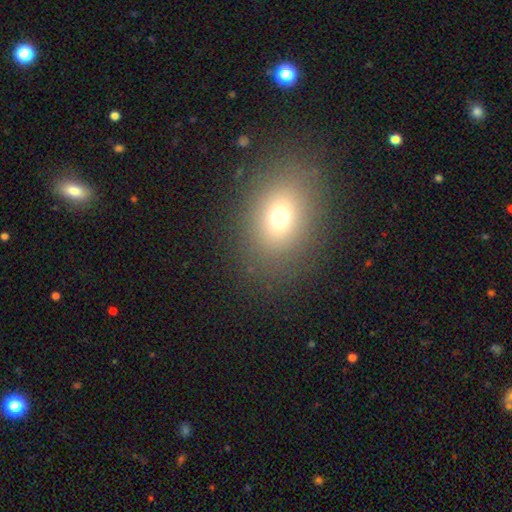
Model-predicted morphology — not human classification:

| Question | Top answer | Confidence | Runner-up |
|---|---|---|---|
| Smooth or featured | smooth | 68% | star or artifact (19%) |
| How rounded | in between | 69% | round (29%) |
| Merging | none | 88% | minor disturbance (8%) |